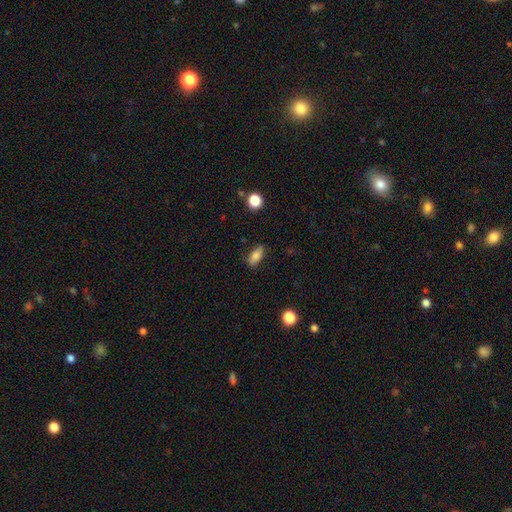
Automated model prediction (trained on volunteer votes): Morphology: type=smooth (78%); roundness=in between (74%); merging=none (83%).